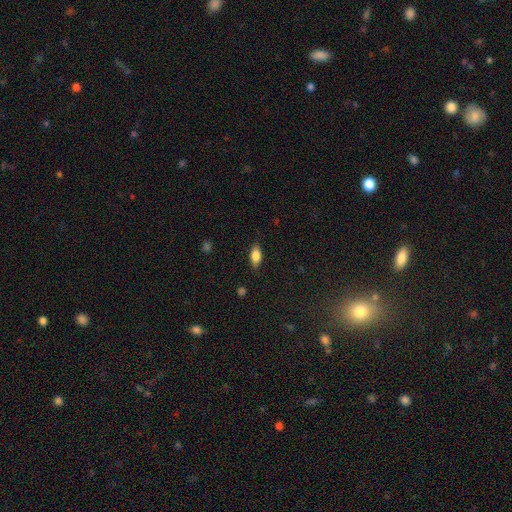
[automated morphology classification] Smooth or featured?
  - smooth: 77% *
  - featured or disk: 15%
  - star or artifact: 8%
How rounded?
  - in between: 84% *
  - cigar-shaped: 12%
  - round: 4%
Merging?
  - none: 84% *
  - minor disturbance: 12%
  - major disturbance: 3%
  - merger: 1%